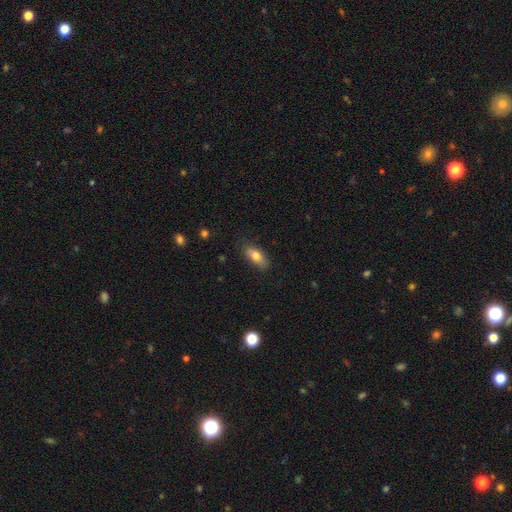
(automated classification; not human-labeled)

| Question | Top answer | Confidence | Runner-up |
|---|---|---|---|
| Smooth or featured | smooth | 77% | featured or disk (15%) |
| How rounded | in between | 81% | cigar-shaped (15%) |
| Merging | none | 77% | minor disturbance (17%) |